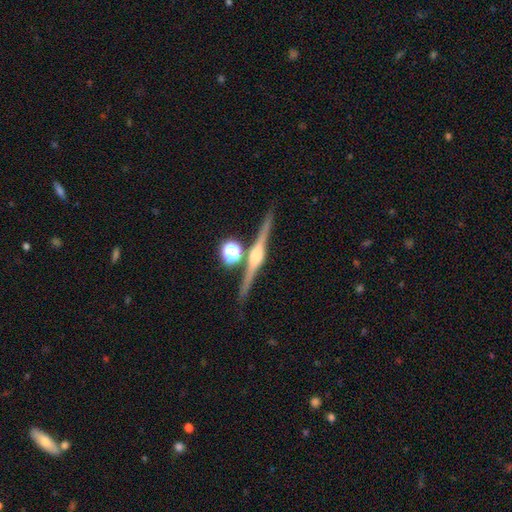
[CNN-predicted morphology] Smooth or featured: featured or disk — 86% (smooth — 7%)
Edge-on disk: yes — 98% (no — 2%)
Edge-on bulge: rounded — 88% (boxy — 9%)
Merging: none — 86% (minor disturbance — 7%)